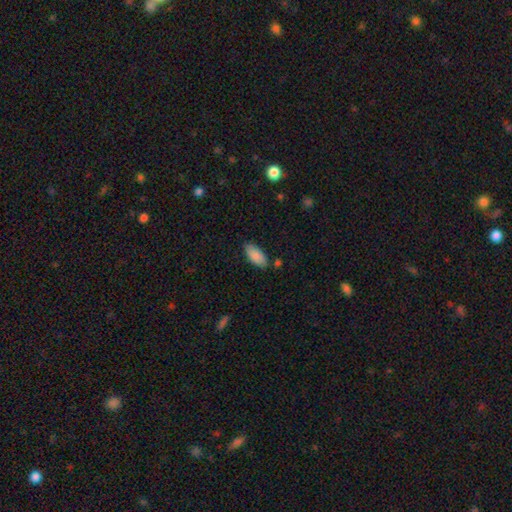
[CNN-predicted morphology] The model was most divided on "merging": none: 81%, minor disturbance: 14%, merger: 3%, major disturbance: 3%. More confident: how rounded — in between (91%); smooth or featured — smooth (86%).